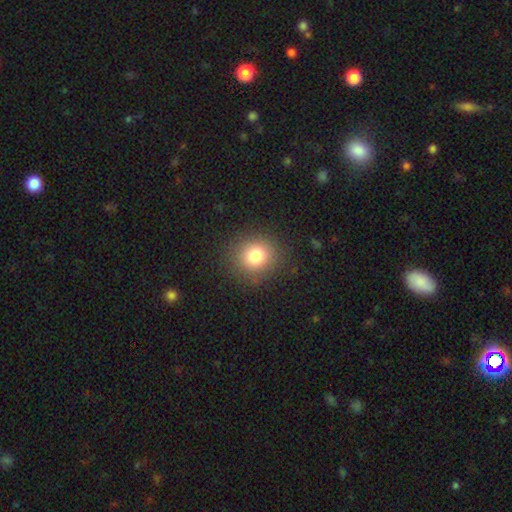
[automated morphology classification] smooth 80%, star or artifact 12%, featured or disk 8%. Down the decision tree: how rounded — round (85%); merging — none (87%).